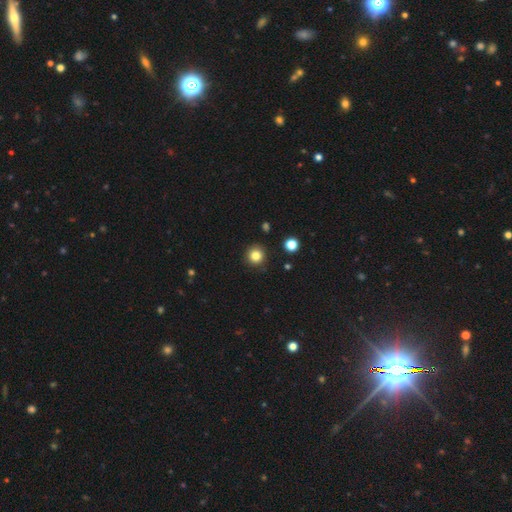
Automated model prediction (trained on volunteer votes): A smooth galaxy with no disk features (83%) that is round (94%). Merging: none (91%).